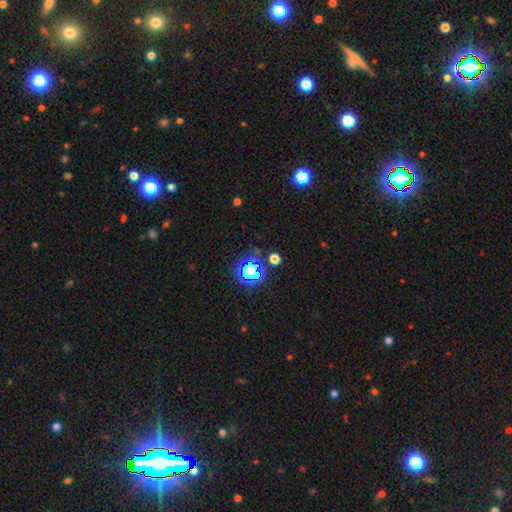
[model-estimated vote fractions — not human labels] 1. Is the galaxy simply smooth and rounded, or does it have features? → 69% star or artifact, 24% smooth, 8% featured or disk.